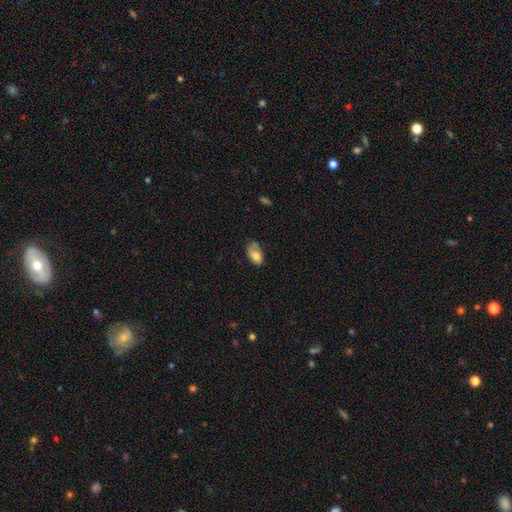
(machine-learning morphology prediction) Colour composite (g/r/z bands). It shows a smooth galaxy with no disk features (73%) that is in between round and cigar-shaped (92%). Merging: none (42%).